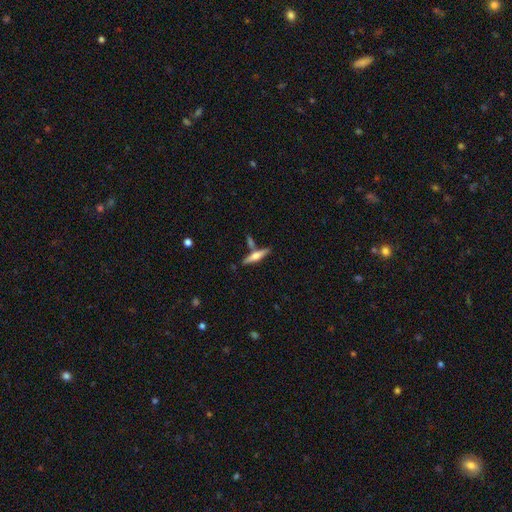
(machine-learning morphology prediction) Smooth or featured? Predicted: featured or disk (p=0.51). Edge-on disk? Predicted: yes (p=0.95). Merging? Predicted: none (p=0.75).